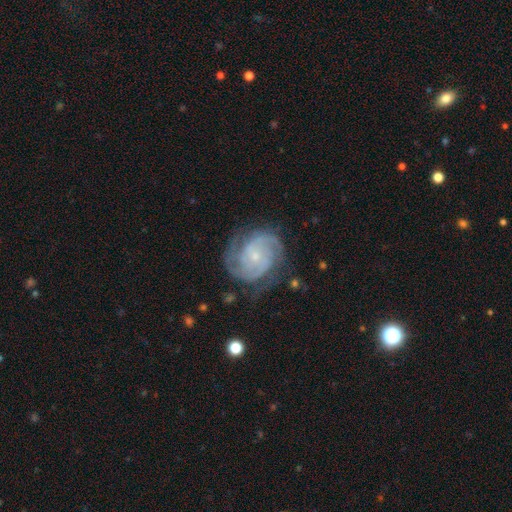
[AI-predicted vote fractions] Smooth or featured? featured or disk (89%)
Edge-on disk? no (98%)
Bar? no (66%)
Spiral arms? yes (98%)
Spiral winding? tight (62%)
Spiral arm count? 2 (49%)
Bulge size? small (76%)
Merging? none (72%)